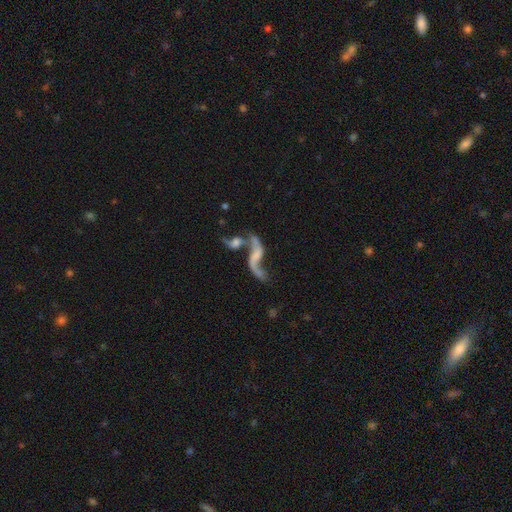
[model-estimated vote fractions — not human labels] Smooth or featured? featured or disk (78%)
Edge-on disk? no (92%)
Bar? no (54%)
Spiral arms? yes (84%)
Spiral winding? loose (92%)
Spiral arm count? 2 (83%)
Bulge size? none (48%)
Merging? merger (45%)